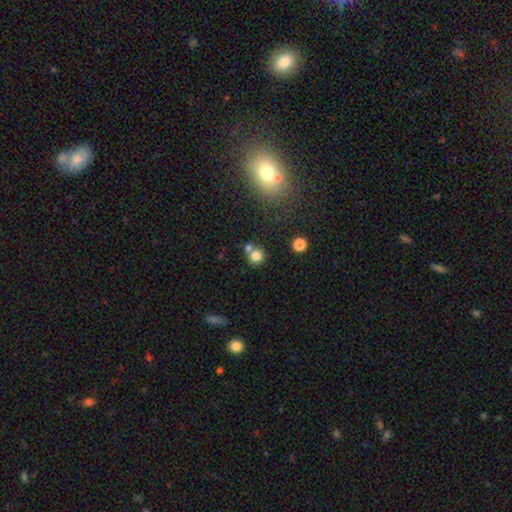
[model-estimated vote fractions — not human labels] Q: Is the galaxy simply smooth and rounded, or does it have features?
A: smooth — 78%.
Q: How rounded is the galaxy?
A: round — 89%.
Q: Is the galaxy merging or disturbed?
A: none — 56%.